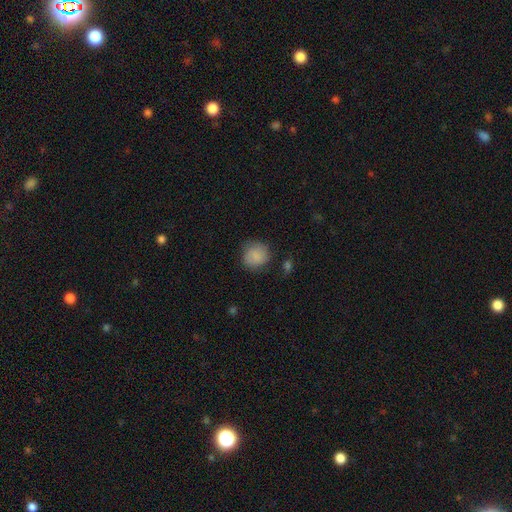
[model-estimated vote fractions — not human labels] smooth-or-featured: smooth: 84% | featured or disk: 8% | star or artifact: 8%
  how-rounded: round: 87% | in between: 12% | cigar-shaped: 1%
  merging: none: 76% | minor disturbance: 17% | major disturbance: 5% | merger: 2%